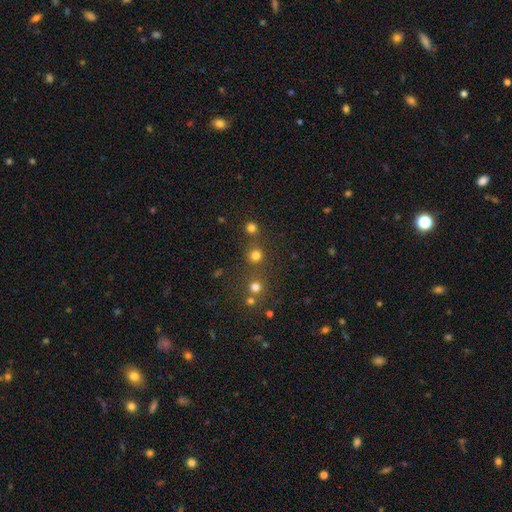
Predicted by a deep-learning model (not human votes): The model was most divided on "merging": none: 72%, merger: 17%, minor disturbance: 8%, major disturbance: 4%. More confident: how rounded — round (90%); smooth or featured — smooth (75%).